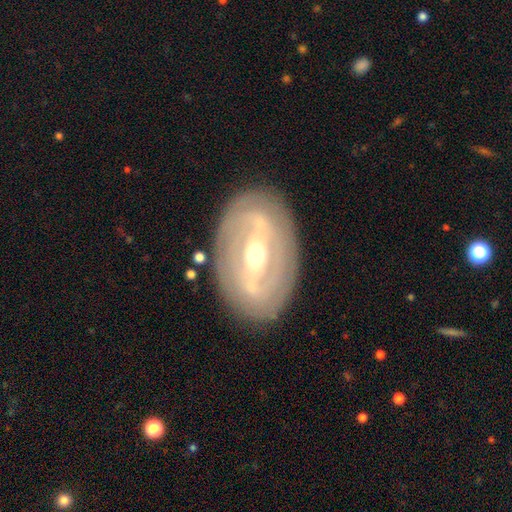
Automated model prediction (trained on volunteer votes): Smooth or featured? Predicted: featured or disk (p=0.81). Edge-on disk? Predicted: no (p=0.92). Bar? Predicted: strong (p=0.58). Spiral arms? Predicted: yes (p=0.64). Bulge size? Predicted: moderate (p=0.70). Merging? Predicted: none (p=0.83).